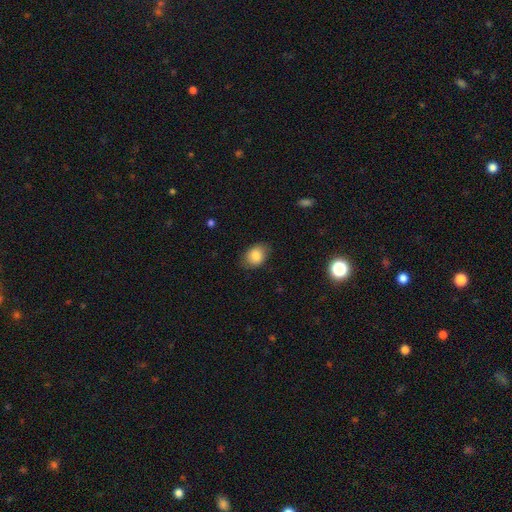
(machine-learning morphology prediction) smooth 85%, star or artifact 8%, featured or disk 7%. Down the decision tree: how rounded — in between (71%); merging — none (79%).